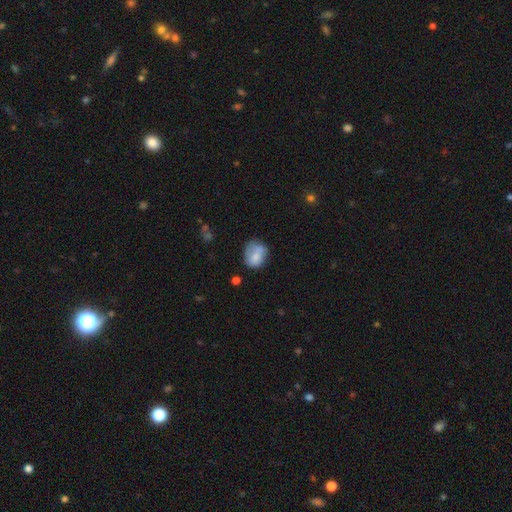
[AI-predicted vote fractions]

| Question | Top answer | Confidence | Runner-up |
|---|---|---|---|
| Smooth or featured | smooth | 69% | featured or disk (22%) |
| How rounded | round | 54% | in between (45%) |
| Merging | none | 48% | minor disturbance (30%) |